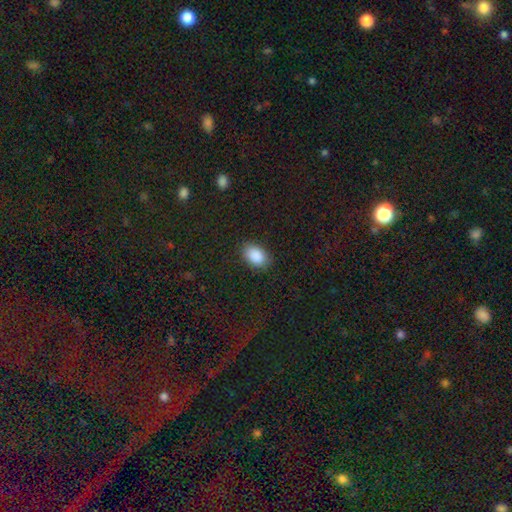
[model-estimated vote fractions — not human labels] Smooth or featured? Predicted: smooth (p=0.89). How rounded? Predicted: in between (p=0.87). Merging? Predicted: none (p=0.86).